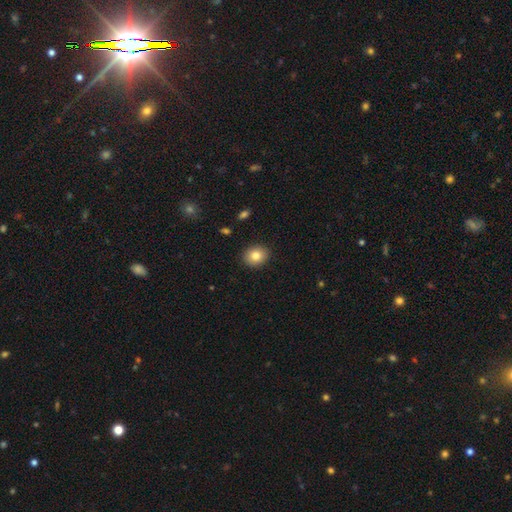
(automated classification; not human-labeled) This appears to be a smooth galaxy with no disk features (82%) that is round (66%). Merging: none (90%).